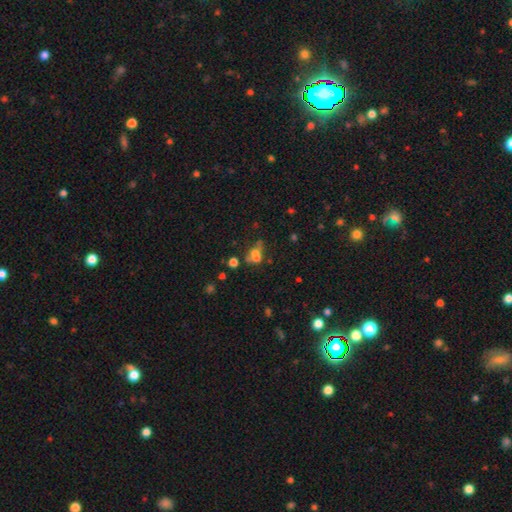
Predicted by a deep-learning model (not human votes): A smooth galaxy with no disk features (57%) that is in between round and cigar-shaped (65%). Merging: merger (35%).